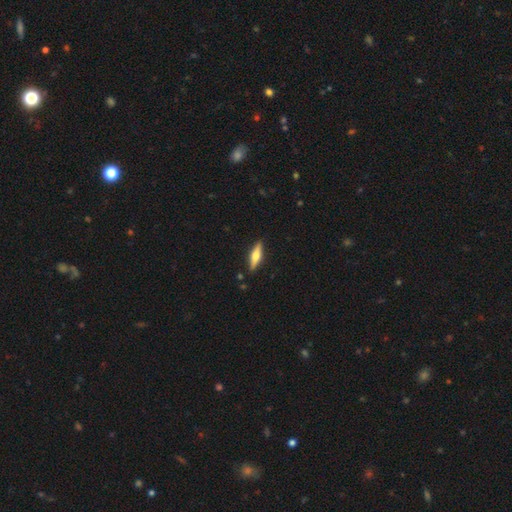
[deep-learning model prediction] Q: Smooth or featured?
A: featured or disk (52%); runner-up: smooth (42%)
Q: Edge-on disk?
A: yes (94%); runner-up: no (6%)
Q: Merging?
A: none (88%); runner-up: minor disturbance (8%)